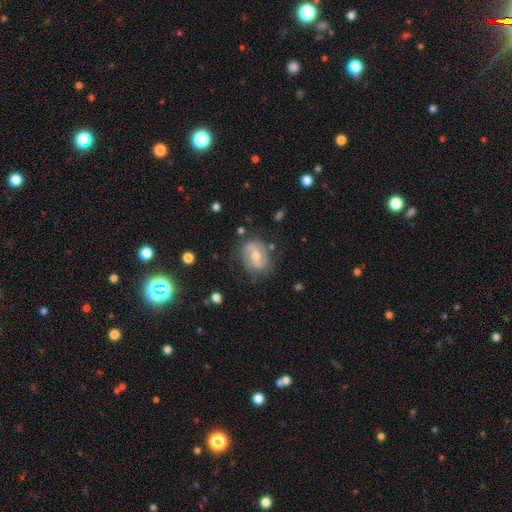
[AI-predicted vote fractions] Smooth or featured? Predicted: featured or disk (p=0.69). Edge-on disk? Predicted: no (p=0.97). Bar? Predicted: weak (p=0.47). Spiral arms? Predicted: yes (p=0.85). Spiral winding? Predicted: medium (p=0.48). Spiral arm count? Predicted: 2 (p=0.85). Bulge size? Predicted: moderate (p=0.68). Merging? Predicted: none (p=0.74).